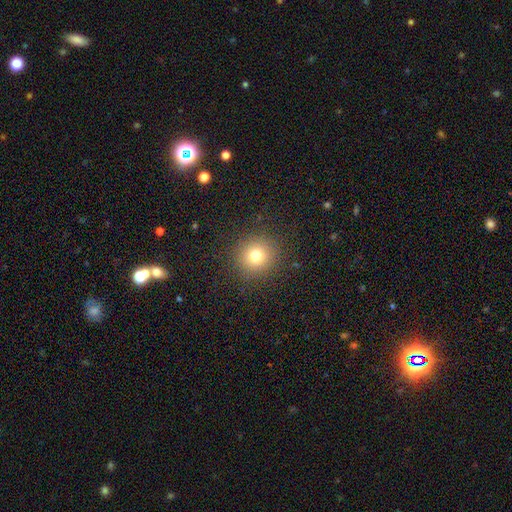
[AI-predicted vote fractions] Smooth or featured: smooth — 76% (star or artifact — 15%)
How rounded: round — 92% (in between — 7%)
Merging: none — 89% (minor disturbance — 6%)